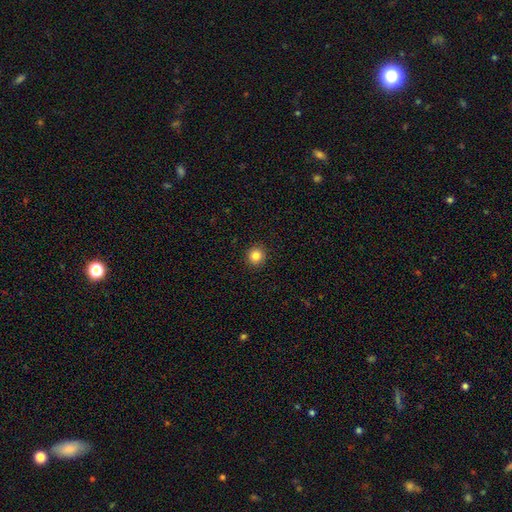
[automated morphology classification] type=smooth (84%); roundness=round (93%); merging=none (93%).